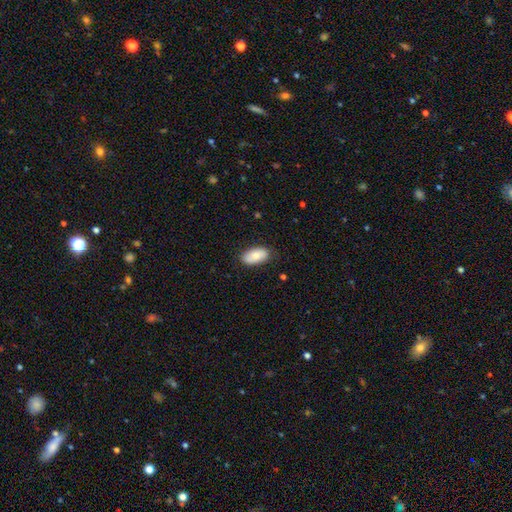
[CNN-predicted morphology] Smooth or featured: smooth — 78% (featured or disk — 16%)
How rounded: in between — 93% (cigar-shaped — 4%)
Merging: none — 80% (minor disturbance — 16%)